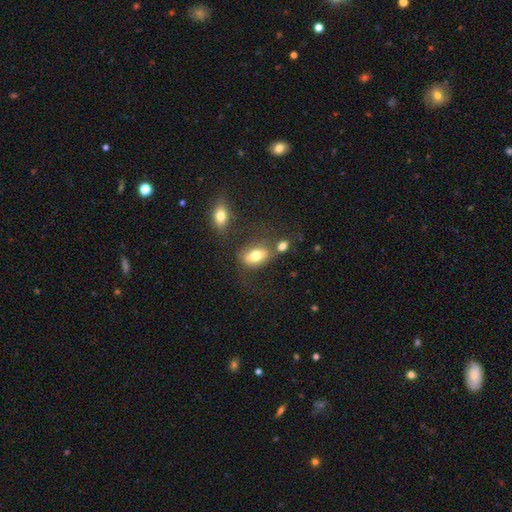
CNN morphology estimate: This is likely a smooth galaxy (67%). How rounded: clearly in between (84%). Merging: possibly none (52%).